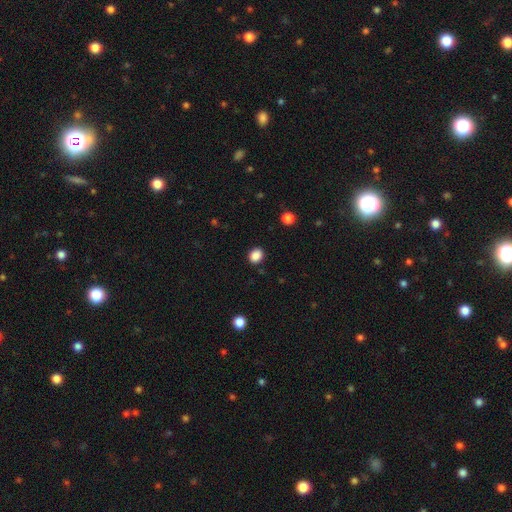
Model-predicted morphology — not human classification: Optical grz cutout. It shows a smooth galaxy with no disk features (87%) that is round (53%). Merging: none (89%).